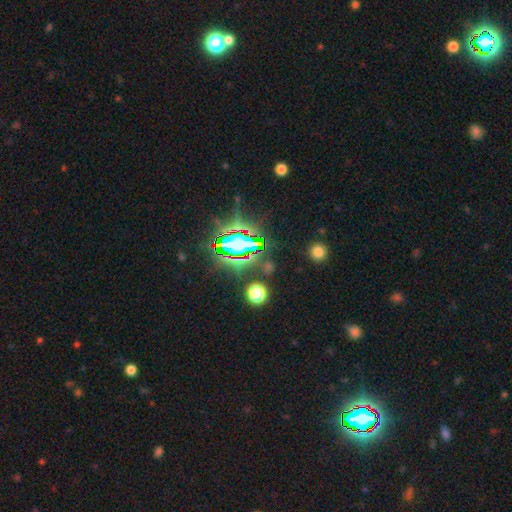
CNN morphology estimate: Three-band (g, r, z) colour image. It shows a star or artifact, not a galaxy (82%).